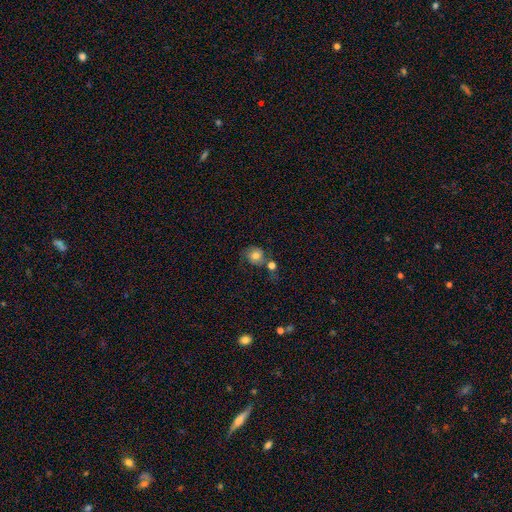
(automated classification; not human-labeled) Q: Smooth or featured?
A: smooth (66%); runner-up: featured or disk (23%)
Q: How rounded?
A: round (79%); runner-up: in between (20%)
Q: Merging?
A: none (46%); runner-up: merger (25%)